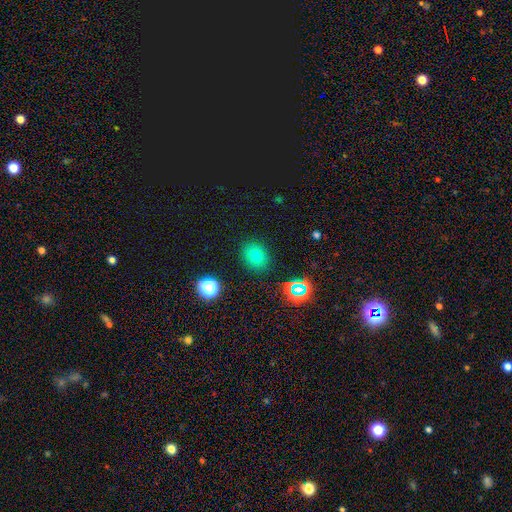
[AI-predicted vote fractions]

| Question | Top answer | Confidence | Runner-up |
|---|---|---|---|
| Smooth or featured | smooth | 76% | star or artifact (17%) |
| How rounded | round | 55% | in between (44%) |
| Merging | none | 86% | minor disturbance (9%) |